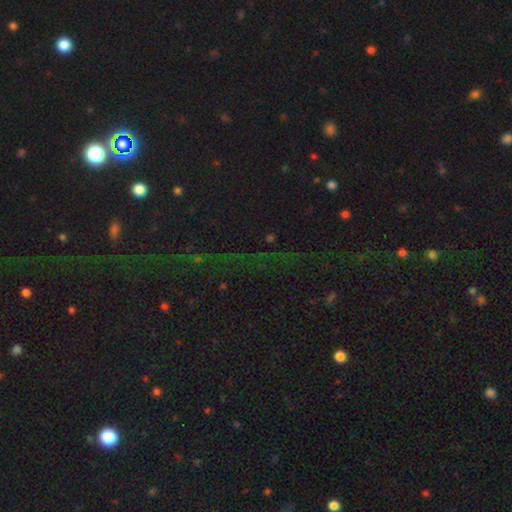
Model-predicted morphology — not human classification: The model was most divided on "smooth or featured": star or artifact: 74%, smooth: 16%, featured or disk: 10%.